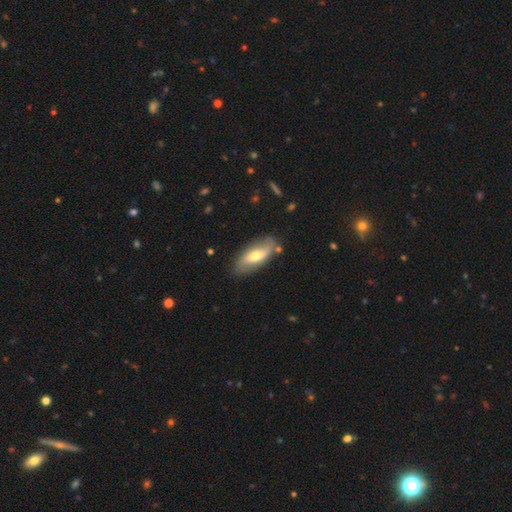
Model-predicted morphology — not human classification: Smooth or featured? featured or disk (51%)
Edge-on disk? no (79%)
Merging? none (77%)